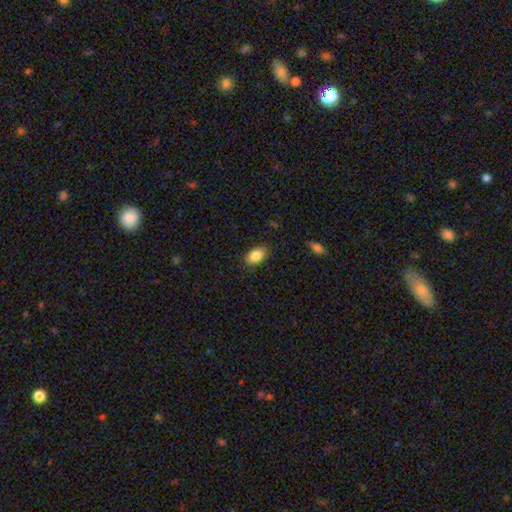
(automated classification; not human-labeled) This is clearly a smooth galaxy (87%). How rounded: clearly in between (89%). Merging: clearly none (85%).